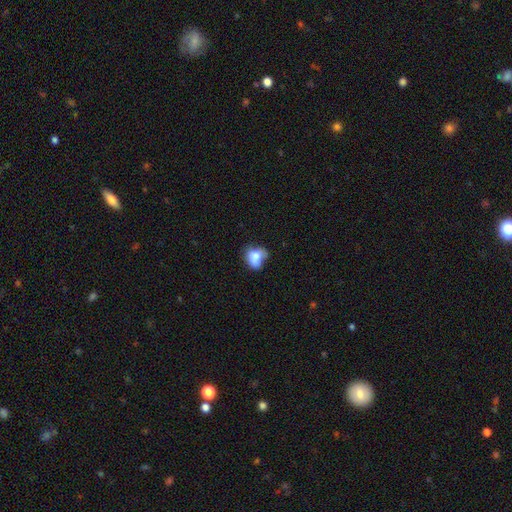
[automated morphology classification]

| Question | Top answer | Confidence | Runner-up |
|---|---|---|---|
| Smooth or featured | smooth | 75% | featured or disk (15%) |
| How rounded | in between | 59% | round (40%) |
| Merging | none | 35% | minor disturbance (34%) |